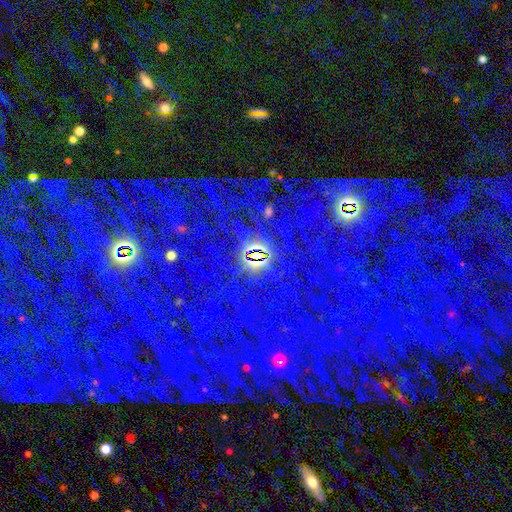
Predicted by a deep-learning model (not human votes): A star or artifact, not a galaxy (84%).

Vote fractions:
- Smooth or featured? star or artifact: 84% / smooth: 8% / featured or disk: 7%